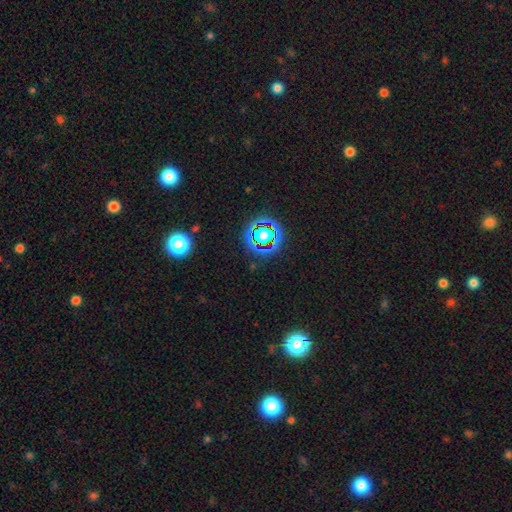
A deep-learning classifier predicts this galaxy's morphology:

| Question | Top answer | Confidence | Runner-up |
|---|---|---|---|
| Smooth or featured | star or artifact | 71% | smooth (21%) |